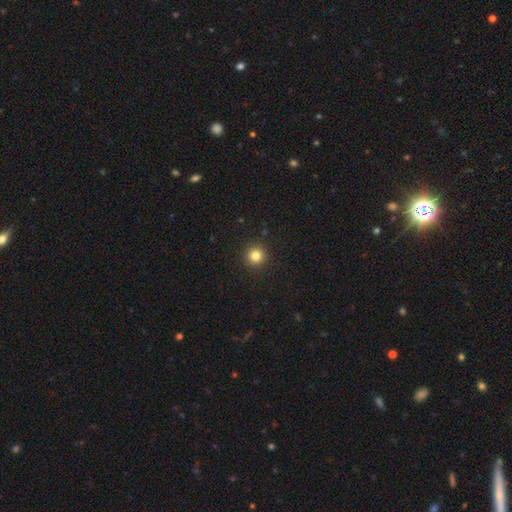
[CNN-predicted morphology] This appears to be a smooth galaxy with no disk features (82%) that is round (95%). Merging: none (93%).